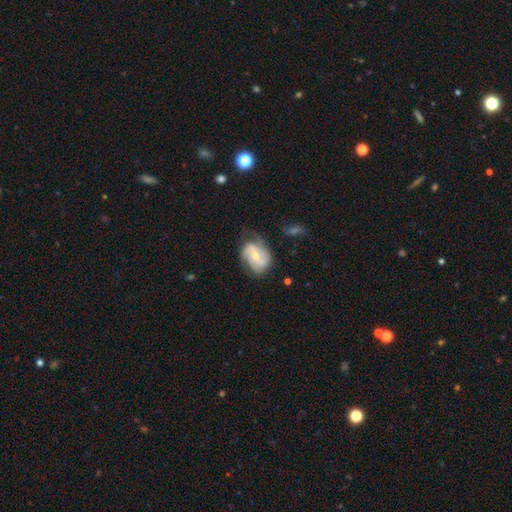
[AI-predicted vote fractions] Smooth or featured?
  - featured or disk: 75% *
  - smooth: 19%
  - star or artifact: 6%
Edge-on disk?
  - no: 97% *
  - yes: 3%
Bar?
  - no: 49% *
  - weak: 38%
  - strong: 13%
Spiral arms?
  - yes: 91% *
  - no: 9%
Spiral winding?
  - medium: 44% *
  - tight: 34%
  - loose: 22%
Spiral arm count?
  - 2: 51% *
  - 3: 23%
  - can't tell: 16%
  - 1: 4%
  - 4: 3%
  - more than 4: 2%
Bulge size?
  - moderate: 53% *
  - small: 43%
  - large: 2%
  - none: 1%
  - dominant: 1%
Merging?
  - none: 58% *
  - minor disturbance: 27%
  - major disturbance: 13%
  - merger: 2%